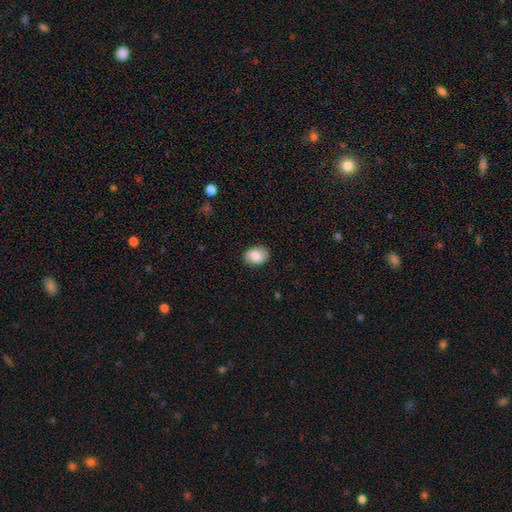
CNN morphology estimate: smooth 78%, featured or disk 14%, star or artifact 8%. Down the decision tree: how rounded — in between (74%); merging — none (83%).